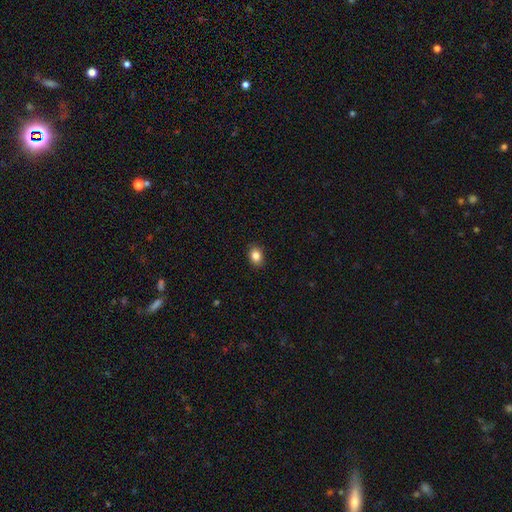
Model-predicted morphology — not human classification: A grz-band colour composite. It shows a smooth galaxy with no disk features (85%) that is in between round and cigar-shaped (64%). Merging: none (90%).